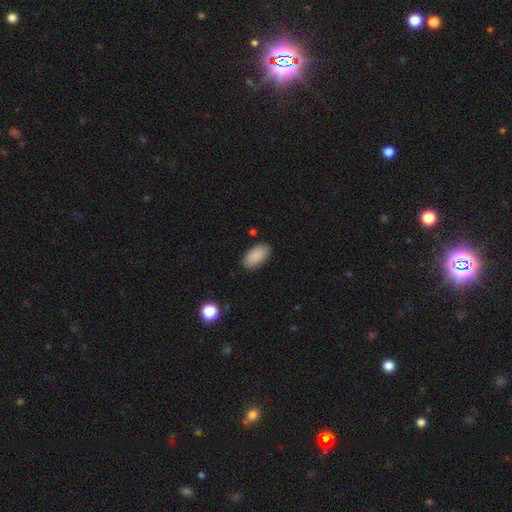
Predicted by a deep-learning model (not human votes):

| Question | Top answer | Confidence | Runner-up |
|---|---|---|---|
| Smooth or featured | smooth | 89% | star or artifact (7%) |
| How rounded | in between | 94% | cigar-shaped (3%) |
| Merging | none | 87% | minor disturbance (10%) |